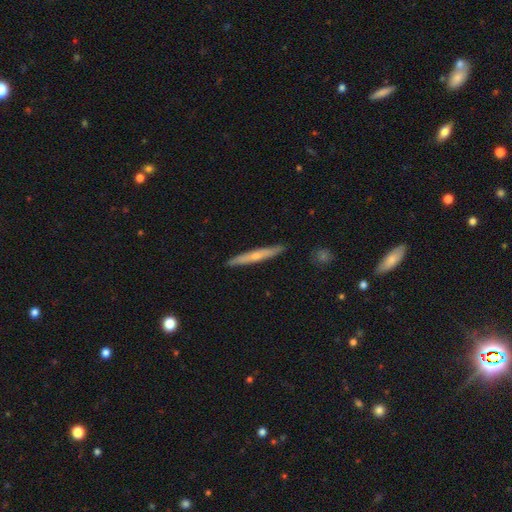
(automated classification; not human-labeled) Smooth or featured? featured or disk (50%)
Edge-on disk? yes (95%)
Merging? none (91%)